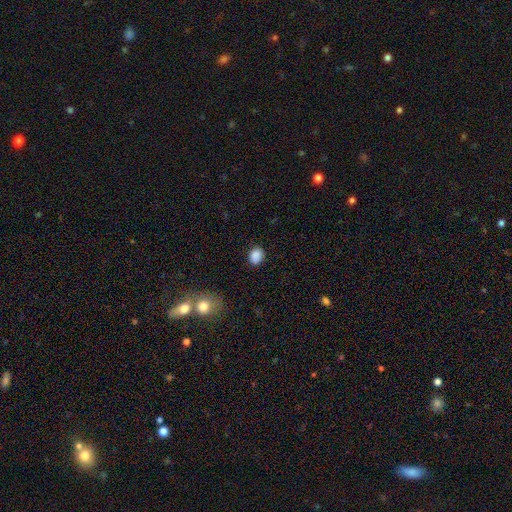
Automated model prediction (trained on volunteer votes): Morphology: type=smooth (86%); roundness=in between (53%); merging=none (81%).